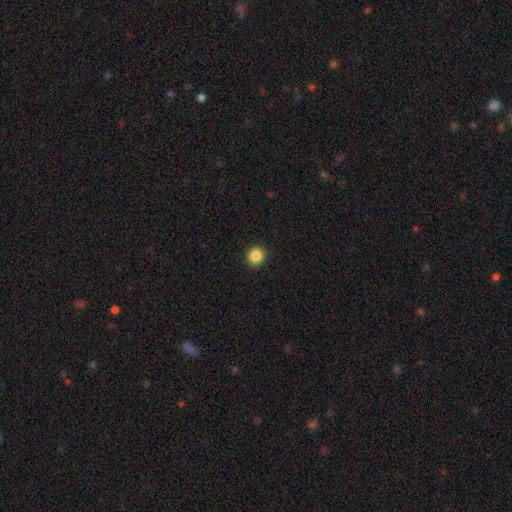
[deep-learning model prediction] smooth_or_featured: smooth (p=0.86) [alt: star or artifact p=0.10]
how_rounded: round (p=0.85) [alt: in between p=0.14]
merging: none (p=0.92) [alt: minor disturbance p=0.05]